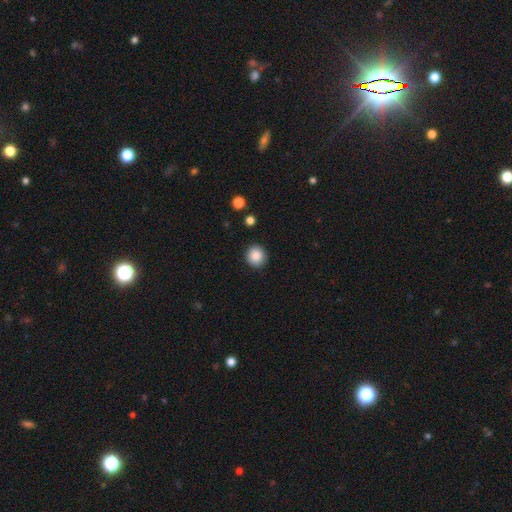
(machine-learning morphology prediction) A smooth galaxy with no disk features (87%) that is round (91%). Merging: none (91%).